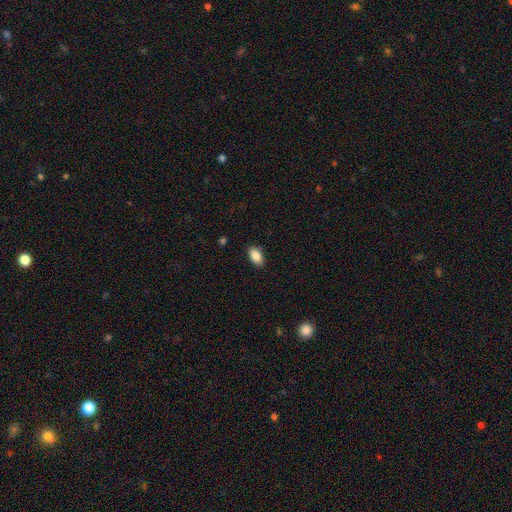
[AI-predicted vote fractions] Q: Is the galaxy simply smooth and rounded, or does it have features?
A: smooth — 88%.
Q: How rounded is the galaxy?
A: in between — 92%.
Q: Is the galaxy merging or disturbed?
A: none — 88%.